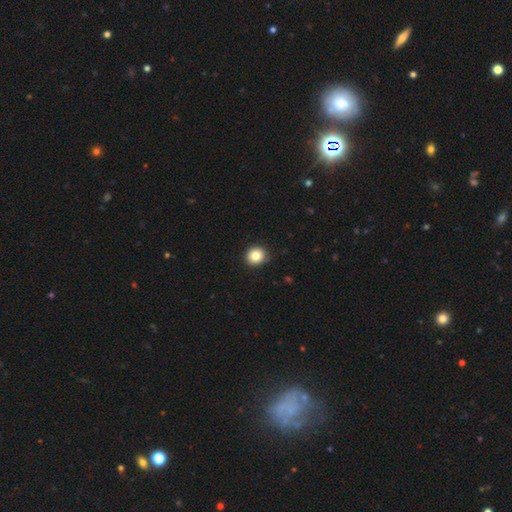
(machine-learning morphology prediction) type=smooth (84%); roundness=round (88%); merging=none (89%).